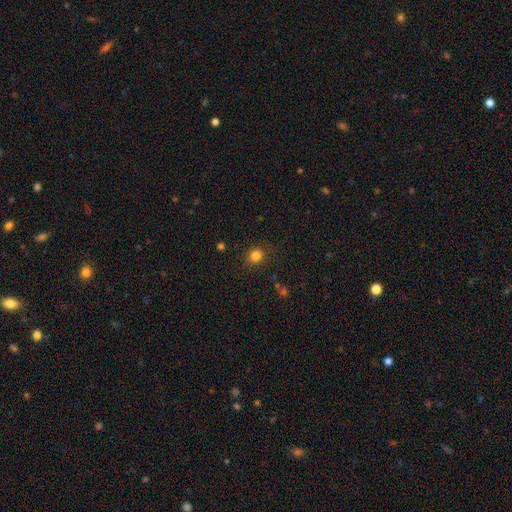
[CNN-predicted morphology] Overall: smooth (82%). How rounded: round (88%). Merging: none (87%).